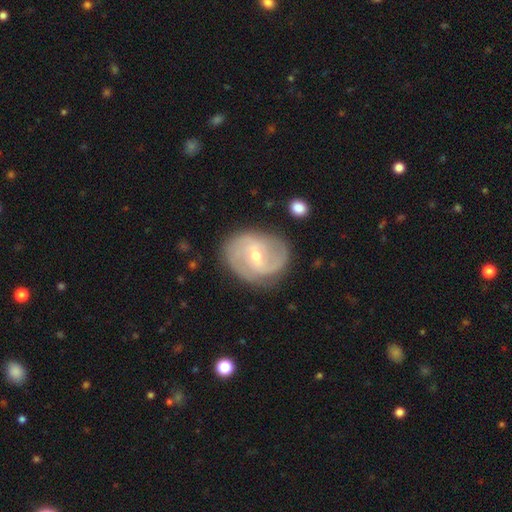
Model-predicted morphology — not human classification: featured or disk 83%, smooth 11%, star or artifact 6%. Down the decision tree: edge-on disk — no (97%); bar — weak (53%); spiral arms — yes (93%); spiral arm count — 2 (71%); spiral winding — medium (47%); bulge size — small (53%); merging — none (78%).